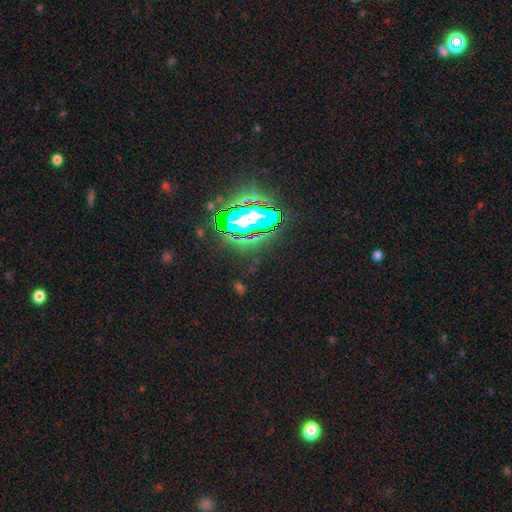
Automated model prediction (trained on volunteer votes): This appears to be a star or artifact, not a galaxy (83%).